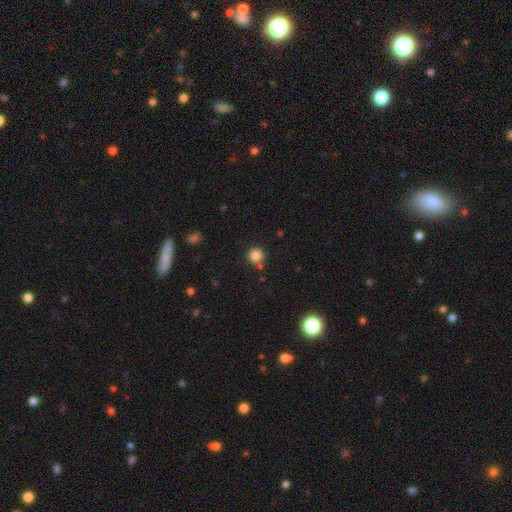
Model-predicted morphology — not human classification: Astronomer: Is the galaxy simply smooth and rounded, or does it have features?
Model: smooth — 83%.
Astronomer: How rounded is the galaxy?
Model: round — 93%.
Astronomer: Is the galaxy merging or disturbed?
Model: none — 75%.